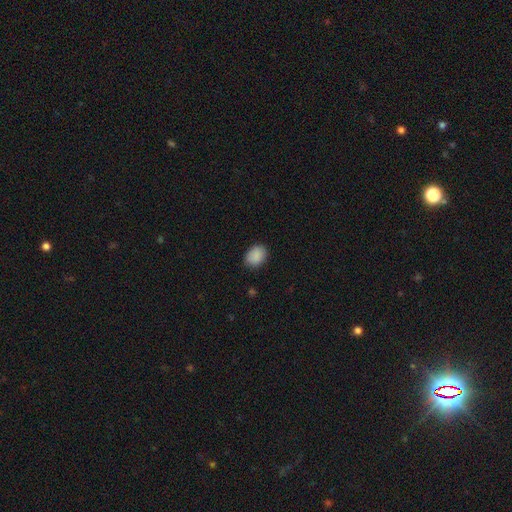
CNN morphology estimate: A smooth galaxy with no disk features (89%) that is in between round and cigar-shaped (69%). Merging: none (82%).